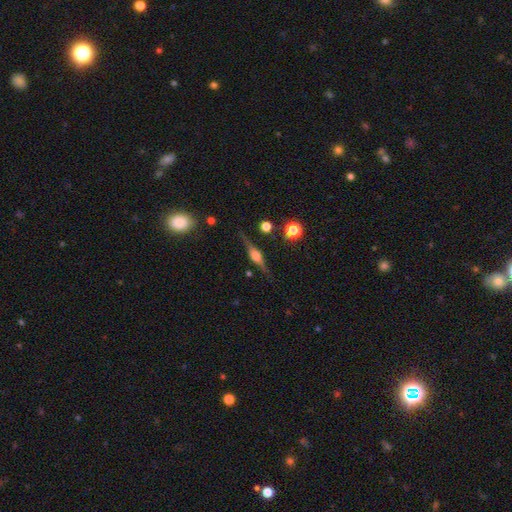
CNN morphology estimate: Smooth or featured: featured or disk — 78% (smooth — 14%)
Edge-on disk: yes — 97% (no — 3%)
Edge-on bulge: rounded — 82% (boxy — 15%)
Merging: none — 86% (minor disturbance — 10%)